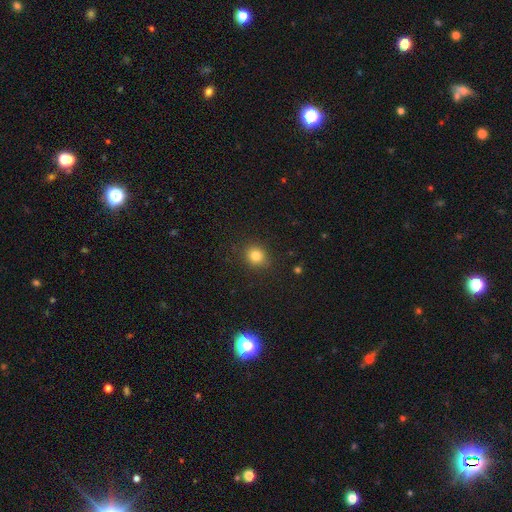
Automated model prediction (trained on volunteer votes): The model was most divided on "how rounded": round: 81%, in between: 18%, cigar-shaped: 1%. More confident: merging — none (87%); smooth or featured — smooth (82%).